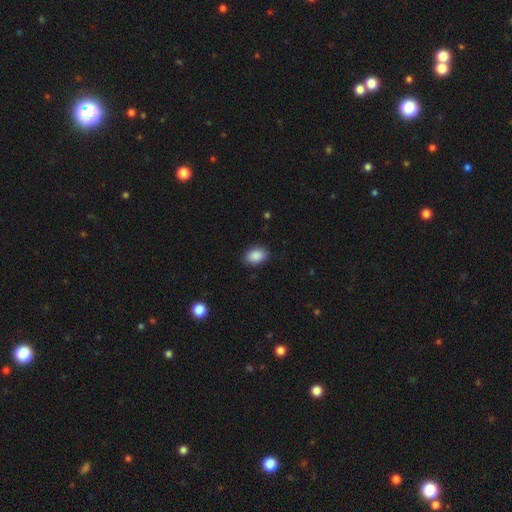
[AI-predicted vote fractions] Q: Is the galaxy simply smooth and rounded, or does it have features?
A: smooth — 89%.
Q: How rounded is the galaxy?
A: in between — 85%.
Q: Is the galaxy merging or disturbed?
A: none — 87%.